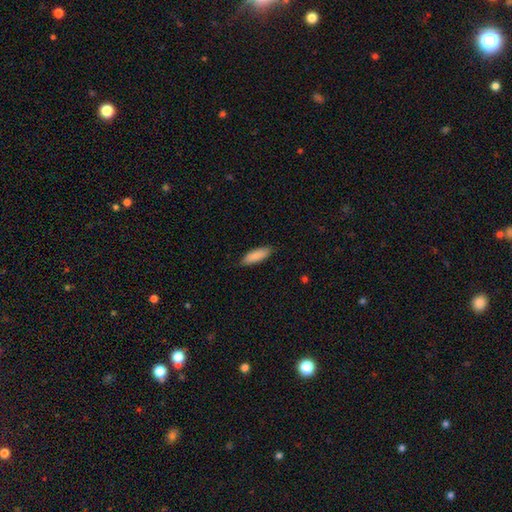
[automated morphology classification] This is clearly a smooth galaxy (88%). How rounded: possibly in between (57%). Merging: clearly none (84%).